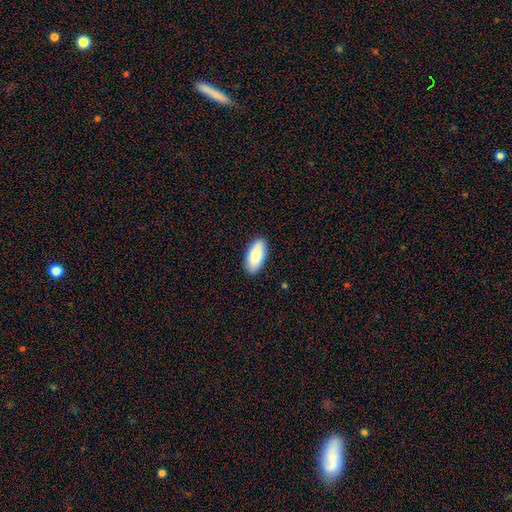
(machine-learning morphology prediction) Q: Smooth or featured?
A: smooth (86%); runner-up: featured or disk (9%)
Q: How rounded?
A: in between (91%); runner-up: cigar-shaped (7%)
Q: Merging?
A: none (89%); runner-up: minor disturbance (8%)